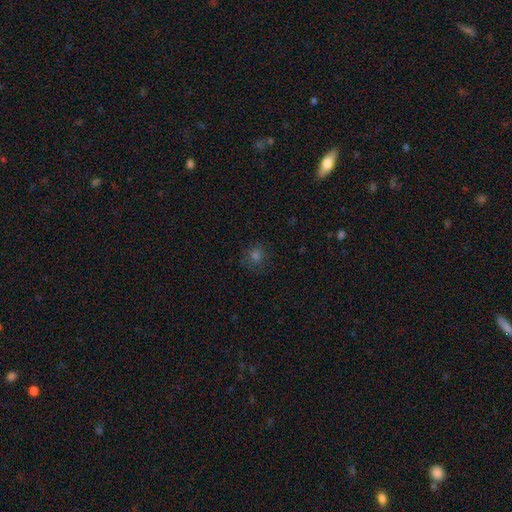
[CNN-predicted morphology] Smooth or featured? smooth (64%)
How rounded? round (85%)
Merging? none (84%)